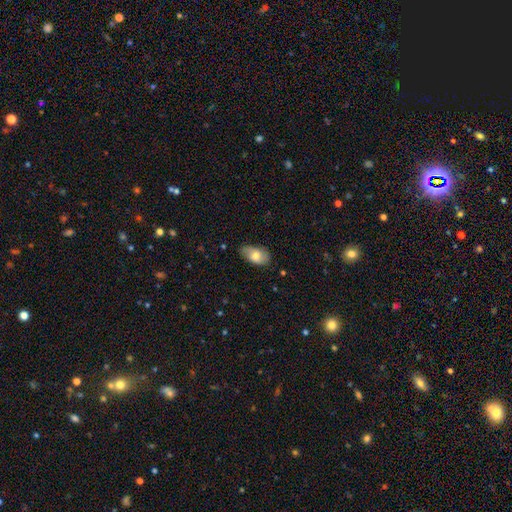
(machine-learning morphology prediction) A smooth galaxy with no disk features (73%) that is in between round and cigar-shaped (93%). Merging: none (69%).